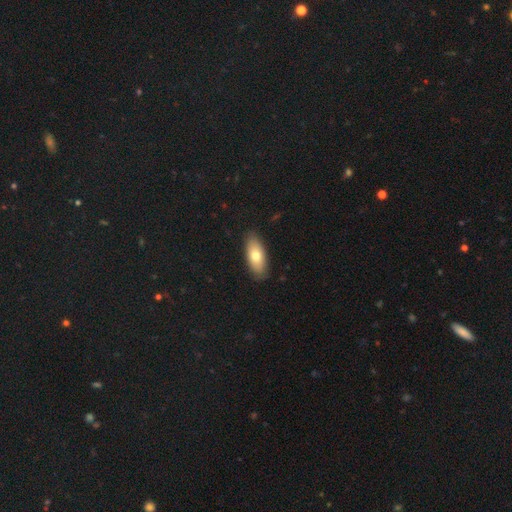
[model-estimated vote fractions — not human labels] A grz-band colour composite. It shows a smooth galaxy with no disk features (73%) that is in between round and cigar-shaped (85%). Merging: none (86%).